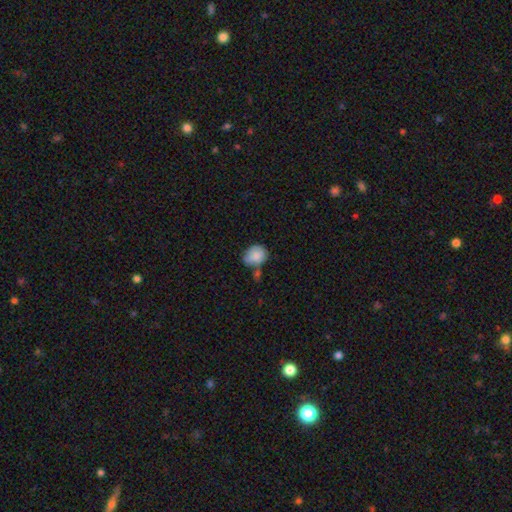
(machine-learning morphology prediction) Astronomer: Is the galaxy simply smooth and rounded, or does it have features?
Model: smooth — 83%.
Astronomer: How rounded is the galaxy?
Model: round — 60% (runner-up: in between, 39%).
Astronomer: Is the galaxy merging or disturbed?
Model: none — 45% (runner-up: minor disturbance, 28%).